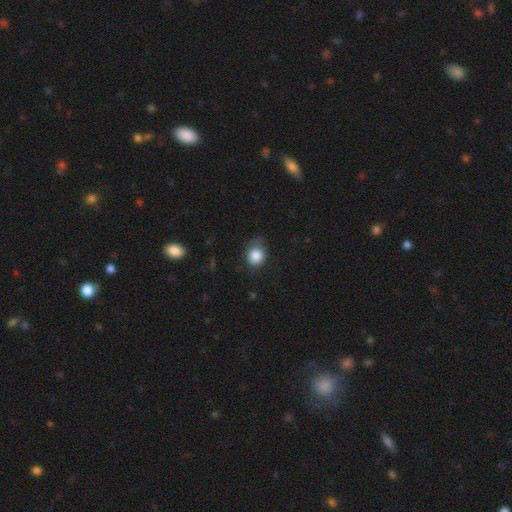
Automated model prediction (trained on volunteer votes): smooth 84%, star or artifact 10%, featured or disk 7%. Down the decision tree: how rounded — round (72%); merging — none (57%).